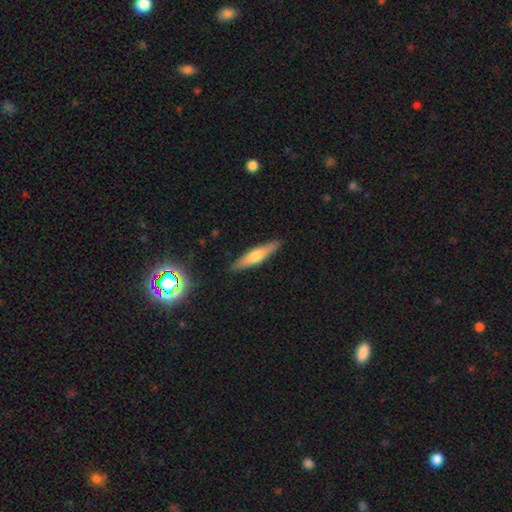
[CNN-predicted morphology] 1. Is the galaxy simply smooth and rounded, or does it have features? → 52% smooth, 41% featured or disk, 8% star or artifact.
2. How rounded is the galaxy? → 86% cigar-shaped, 12% in between, 2% round.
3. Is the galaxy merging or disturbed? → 90% none, 7% minor disturbance, 2% major disturbance, 1% merger.